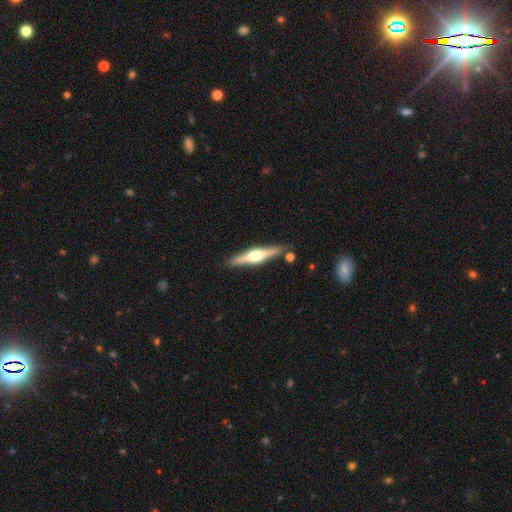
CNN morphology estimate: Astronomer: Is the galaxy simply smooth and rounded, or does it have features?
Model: featured or disk — 72%.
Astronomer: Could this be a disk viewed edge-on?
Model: yes — 97%.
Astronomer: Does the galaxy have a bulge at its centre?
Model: rounded — 93%.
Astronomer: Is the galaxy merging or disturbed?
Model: none — 85%.